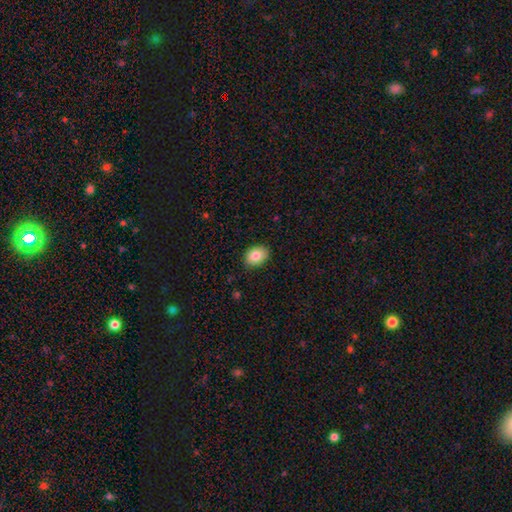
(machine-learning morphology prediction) smooth_or_featured: smooth (p=0.84) [alt: star or artifact p=0.08]
how_rounded: in between (p=0.68) [alt: round p=0.31]
merging: none (p=0.87) [alt: minor disturbance p=0.10]